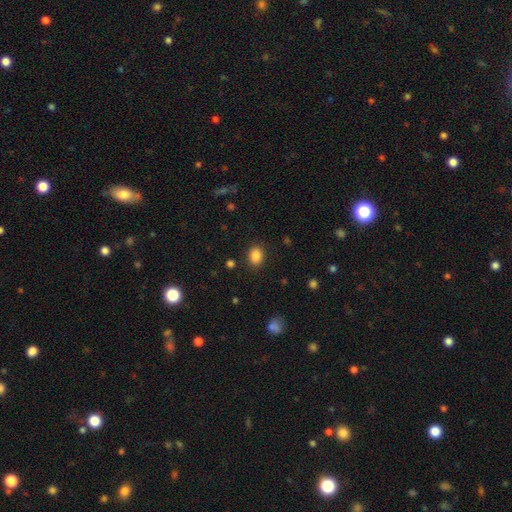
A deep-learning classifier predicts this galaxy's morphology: This is clearly a smooth galaxy (87%). How rounded: likely in between (67%). Merging: clearly none (88%).